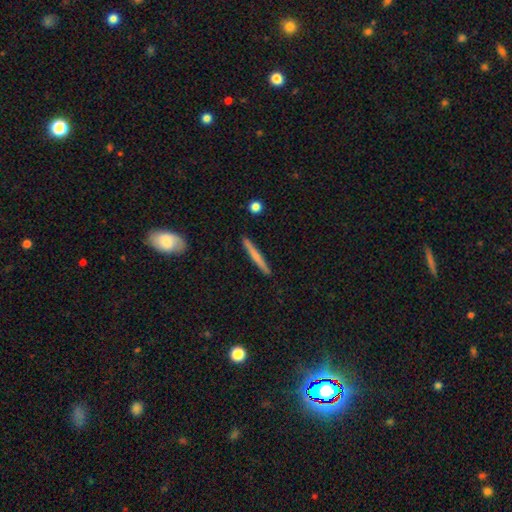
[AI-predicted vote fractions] This is possibly a smooth galaxy (56%). How rounded: clearly cigar-shaped (96%). Merging: clearly none (91%).